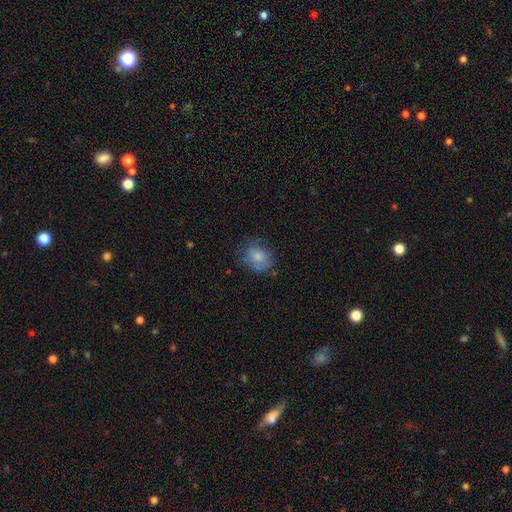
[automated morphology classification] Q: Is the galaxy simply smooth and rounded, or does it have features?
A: smooth — 74%.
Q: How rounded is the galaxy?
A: in between — 53%.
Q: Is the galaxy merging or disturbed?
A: none — 62%.